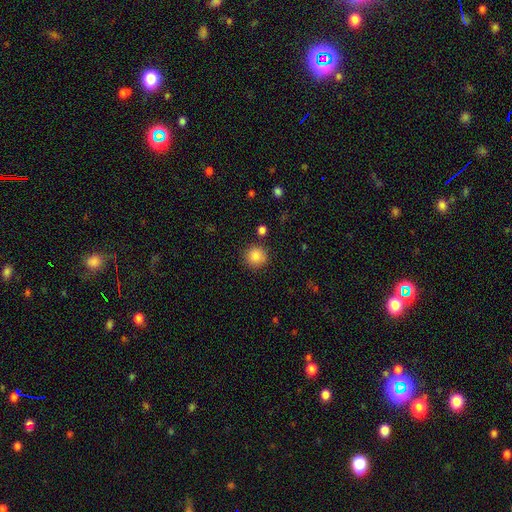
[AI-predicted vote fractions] A smooth galaxy with no disk features (86%) that is round (93%).

Vote fractions:
- Smooth or featured? smooth: 86% / star or artifact: 9% / featured or disk: 5%
- How rounded? round: 93% / in between: 6% / cigar-shaped: 1%
- Merging? none: 87% / minor disturbance: 8% / merger: 3% / major disturbance: 2%